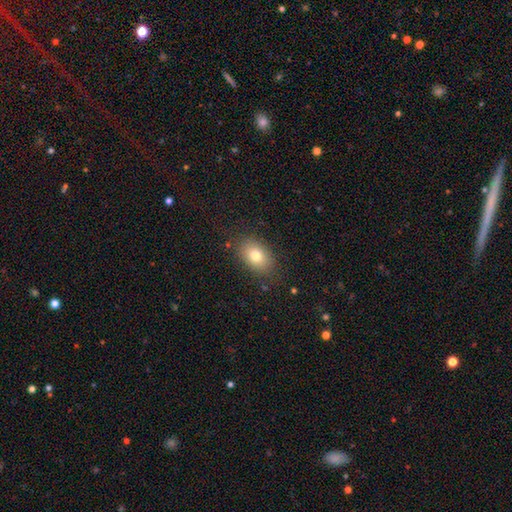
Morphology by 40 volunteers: A smooth galaxy with no disk features (85%) that is in between round and cigar-shaped (91%). Merging: none (71%).